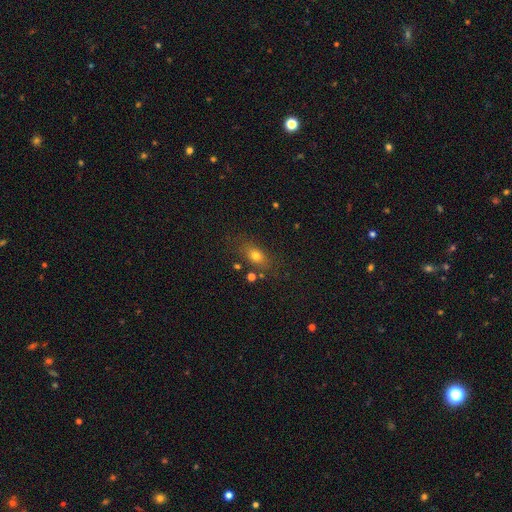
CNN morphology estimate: Overall: smooth (74%). How rounded: in between (72%). Merging: none (75%).